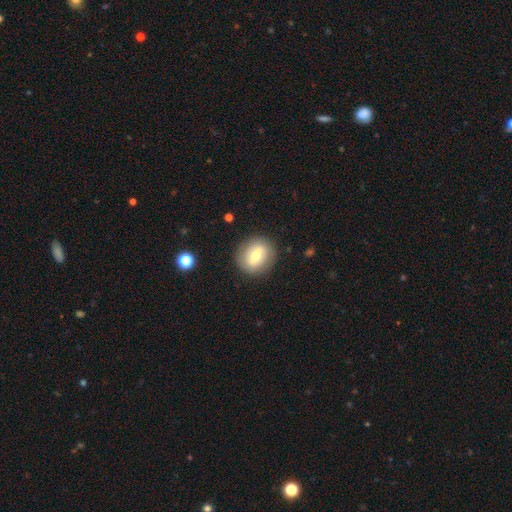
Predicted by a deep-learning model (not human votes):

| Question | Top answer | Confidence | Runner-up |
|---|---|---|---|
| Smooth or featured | smooth | 56% | featured or disk (35%) |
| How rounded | round | 78% | in between (21%) |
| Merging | none | 86% | minor disturbance (9%) |